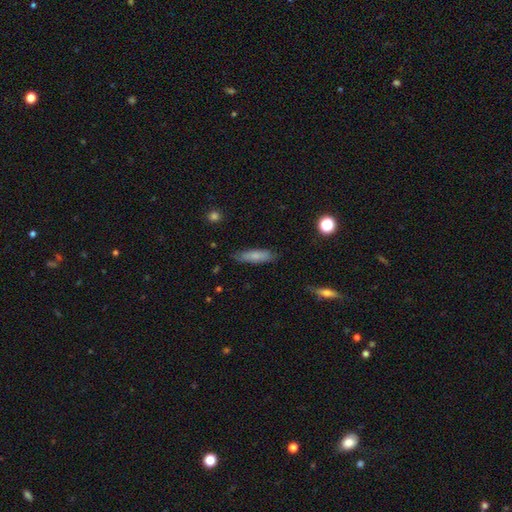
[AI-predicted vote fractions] Morphology: type=smooth (73%); roundness=cigar-shaped (62%); merging=none (78%).